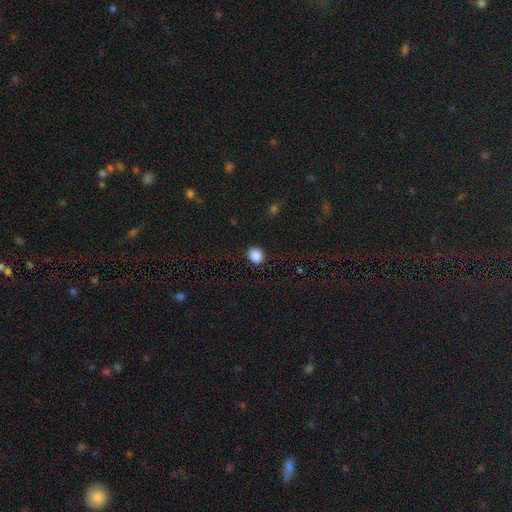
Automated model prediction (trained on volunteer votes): This is clearly a smooth galaxy (88%). How rounded: likely round (67%). Merging: clearly none (90%).